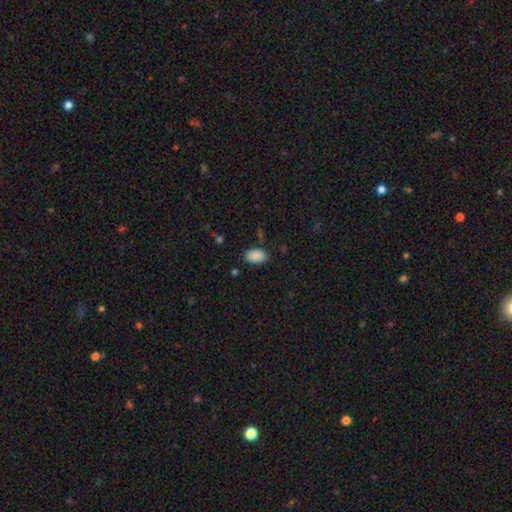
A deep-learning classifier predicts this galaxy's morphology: Smooth or featured? smooth (89%)
How rounded? in between (93%)
Merging? none (83%)